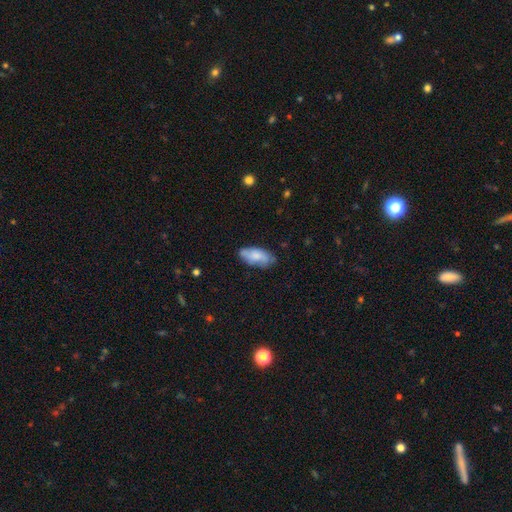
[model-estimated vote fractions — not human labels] The model was most divided on "merging": none: 69%, minor disturbance: 24%, major disturbance: 5%, merger: 2%. More confident: how rounded — in between (86%); smooth or featured — smooth (71%).